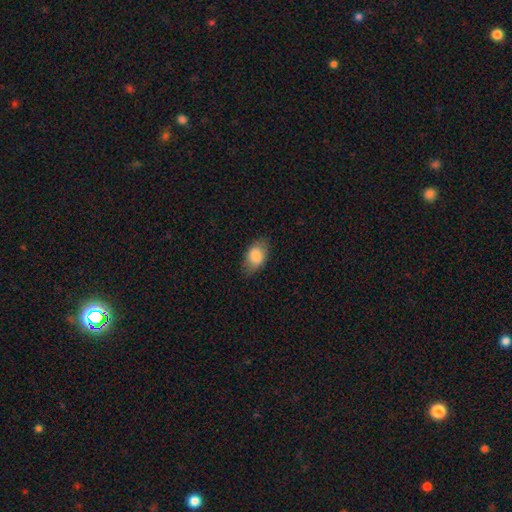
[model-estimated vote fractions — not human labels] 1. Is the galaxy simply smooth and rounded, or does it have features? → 84% smooth, 9% featured or disk, 7% star or artifact.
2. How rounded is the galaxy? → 90% in between, 8% round, 2% cigar-shaped.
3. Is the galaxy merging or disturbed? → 79% none, 16% minor disturbance, 4% major disturbance, 1% merger.